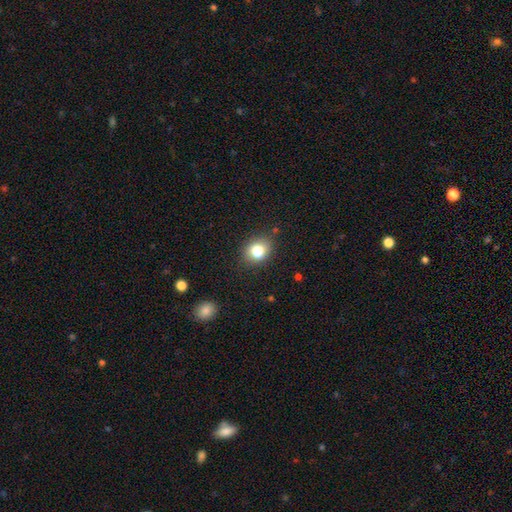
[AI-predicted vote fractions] Overall: smooth (79%). How rounded: round (57%; in between 42%). Merging: none (84%).